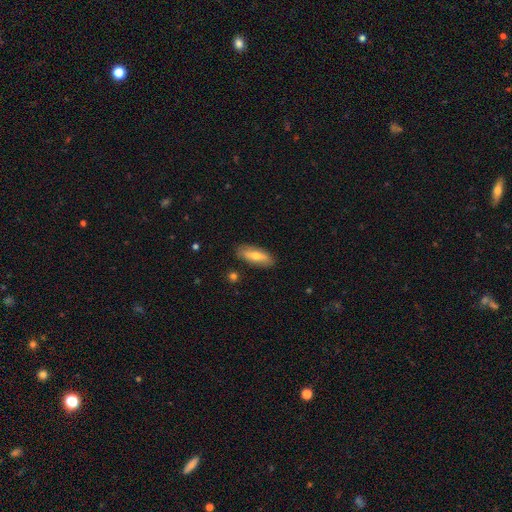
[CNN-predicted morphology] A smooth galaxy with no disk features (63%) that is in between round and cigar-shaped (68%).

Vote fractions:
- Smooth or featured? smooth: 63% / featured or disk: 31% / star or artifact: 6%
- How rounded? in between: 68% / cigar-shaped: 29% / round: 3%
- Merging? none: 85% / minor disturbance: 11% / major disturbance: 2% / merger: 2%